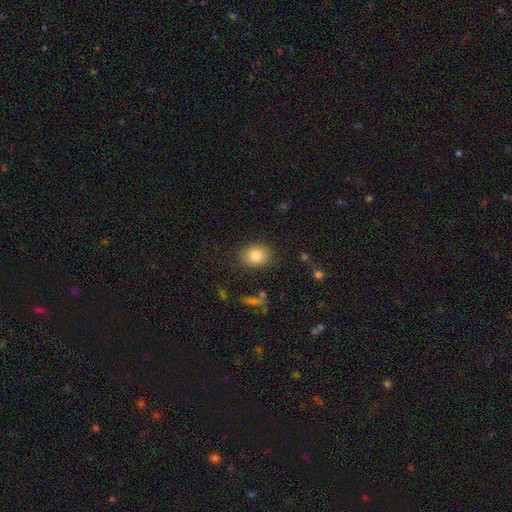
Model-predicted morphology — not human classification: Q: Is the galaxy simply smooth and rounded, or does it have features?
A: smooth — 82%.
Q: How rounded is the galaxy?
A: round — 53%.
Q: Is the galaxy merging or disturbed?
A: none — 85%.